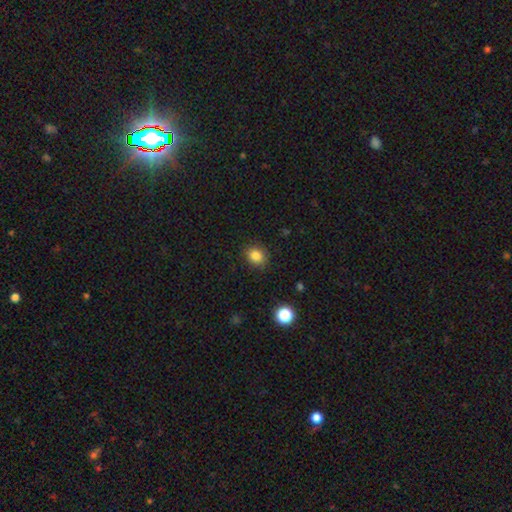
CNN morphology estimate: Smooth or featured? Predicted: smooth (p=0.84). How rounded? Predicted: round (p=0.62). Merging? Predicted: none (p=0.86).